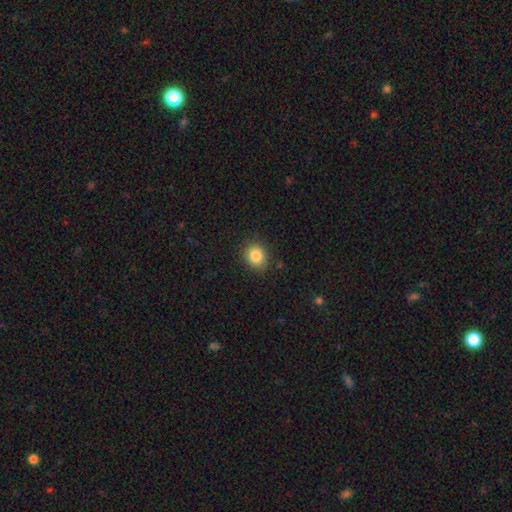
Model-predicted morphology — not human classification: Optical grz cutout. It shows a smooth galaxy with no disk features (85%) that is round (70%). Merging: none (86%).